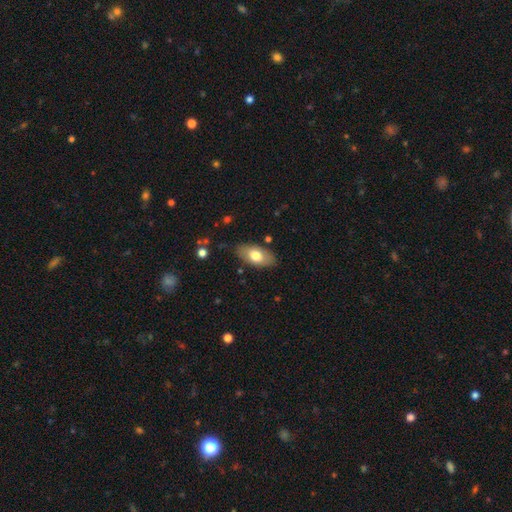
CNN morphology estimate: smooth_or_featured: smooth (p=0.72) [alt: featured or disk p=0.22]
how_rounded: in between (p=0.92) [alt: cigar-shaped p=0.04]
merging: none (p=0.83) [alt: minor disturbance p=0.12]